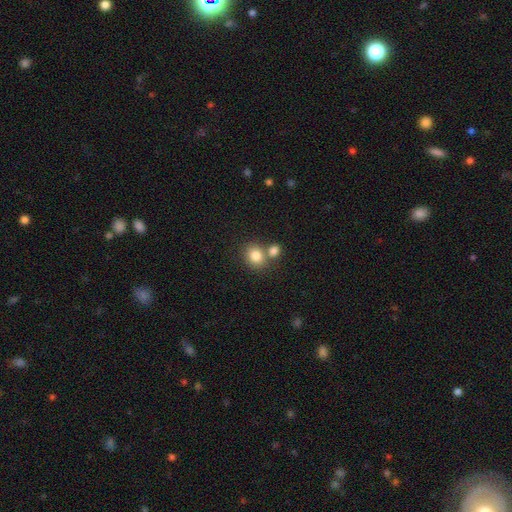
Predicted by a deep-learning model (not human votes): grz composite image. It shows a smooth galaxy with no disk features (82%) that is round (64%). Merging: none (52%).